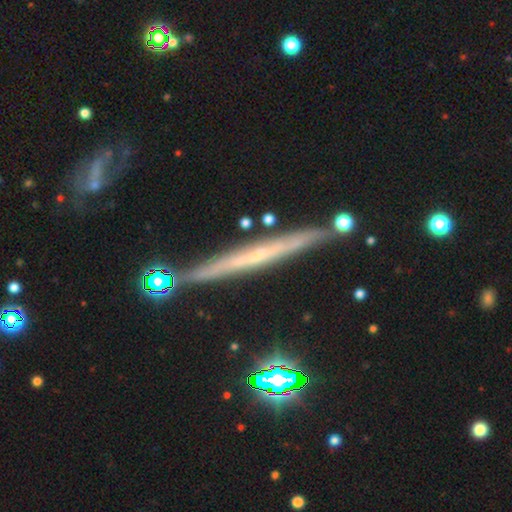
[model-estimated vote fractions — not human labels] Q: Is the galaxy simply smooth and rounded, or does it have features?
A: featured or disk — 65%.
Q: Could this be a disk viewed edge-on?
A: yes — 95%.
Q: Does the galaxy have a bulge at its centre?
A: none — 76%.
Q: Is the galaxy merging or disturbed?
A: none — 85%.